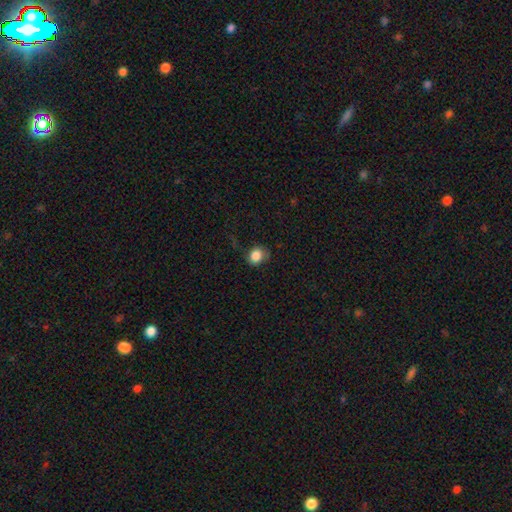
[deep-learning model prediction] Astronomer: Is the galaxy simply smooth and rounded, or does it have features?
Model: smooth — 85%.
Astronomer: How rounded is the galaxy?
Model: round — 66%.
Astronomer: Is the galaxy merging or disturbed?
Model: none — 70%.